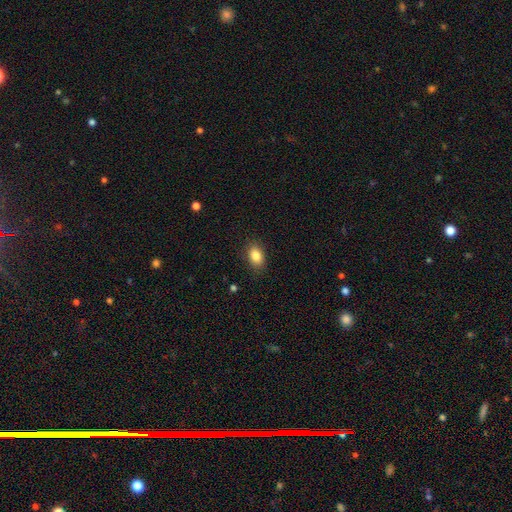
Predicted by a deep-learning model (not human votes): smooth_or_featured: smooth (p=0.86) [alt: star or artifact p=0.08]
how_rounded: in between (p=0.84) [alt: round p=0.15]
merging: none (p=0.86) [alt: minor disturbance p=0.11]